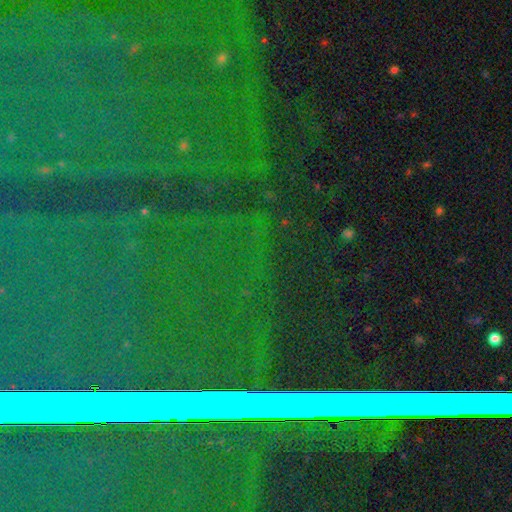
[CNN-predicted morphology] Q: Smooth or featured?
A: star or artifact (78%); runner-up: smooth (12%)